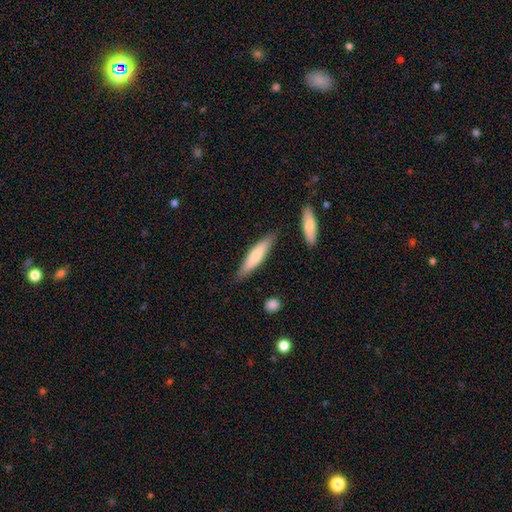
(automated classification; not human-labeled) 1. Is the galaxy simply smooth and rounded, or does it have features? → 71% smooth, 24% featured or disk, 5% star or artifact.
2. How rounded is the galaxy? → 80% cigar-shaped, 18% in between, 1% round.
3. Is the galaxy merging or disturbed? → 84% none, 11% minor disturbance, 3% merger, 2% major disturbance.